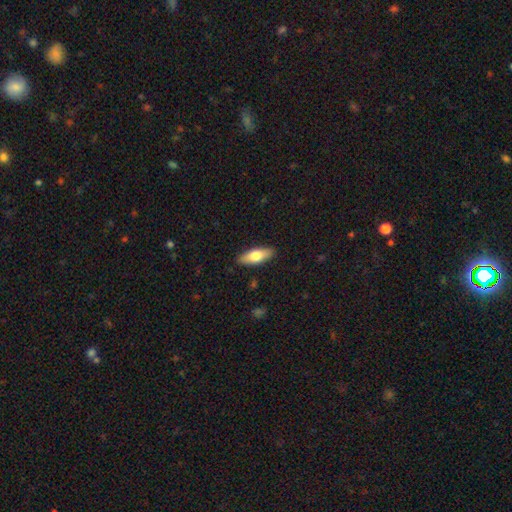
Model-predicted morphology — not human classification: Smooth or featured?
  - smooth: 71% *
  - featured or disk: 23%
  - star or artifact: 6%
How rounded?
  - in between: 69% *
  - cigar-shaped: 28%
  - round: 2%
Merging?
  - none: 89% *
  - minor disturbance: 8%
  - major disturbance: 2%
  - merger: 1%